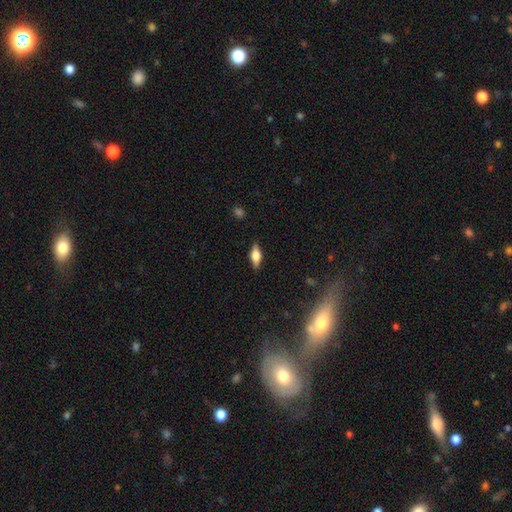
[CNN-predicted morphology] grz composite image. It shows a smooth galaxy with no disk features (55%) that is in between round and cigar-shaped (71%). Merging: none (85%).